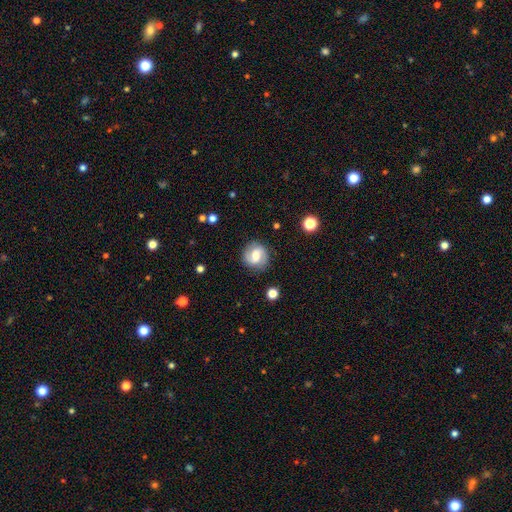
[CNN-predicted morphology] This appears to be a featured or disk galaxy (49%). Merging: none (83%).